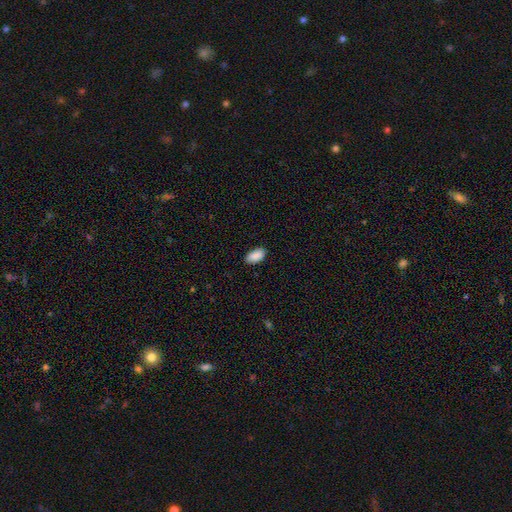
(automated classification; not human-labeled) smooth_or_featured: smooth (p=0.90) [alt: star or artifact p=0.07]
how_rounded: in between (p=0.95) [alt: round p=0.03]
merging: none (p=0.88) [alt: minor disturbance p=0.09]